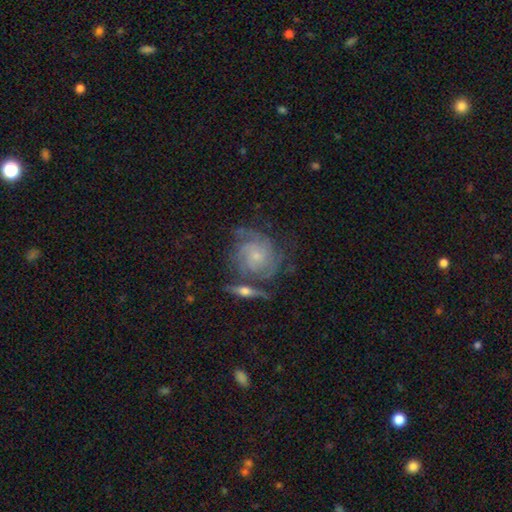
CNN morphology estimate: smooth-or-featured: featured or disk: 79% | smooth: 13% | star or artifact: 8%
  disk-edge-on: no: 96% | yes: 4%
    bar: no: 75% | weak: 21% | strong: 4%
    has-spiral-arms: yes: 93% | no: 7%
      spiral-winding: tight: 61% | medium: 30% | loose: 9%
      spiral-arm-count: can't tell: 32% | 3: 24% | 2: 21% | 4: 11% | 1: 6% | more than 4: 6%
    bulge-size: small: 68% | moderate: 24% | none: 5% | large: 2% | dominant: 1%
  merging: none: 58% | minor disturbance: 18% | merger: 12% | major disturbance: 12%